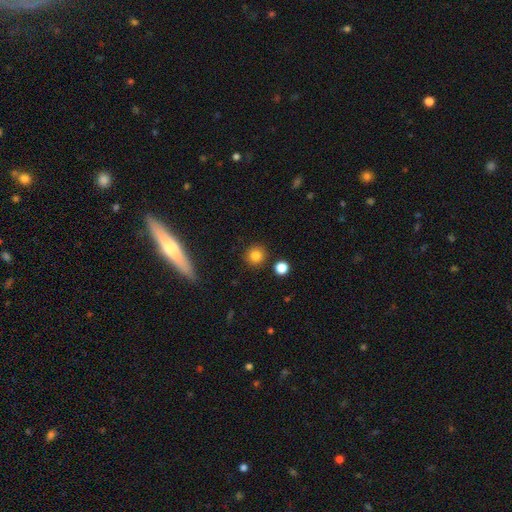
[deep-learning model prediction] Morphology: type=smooth (83%); roundness=round (93%); merging=none (88%).